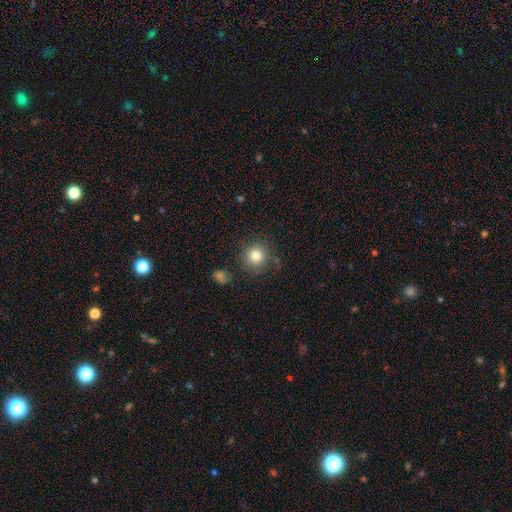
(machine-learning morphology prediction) This is clearly a smooth galaxy (82%). How rounded: clearly round (92%). Merging: clearly none (83%).